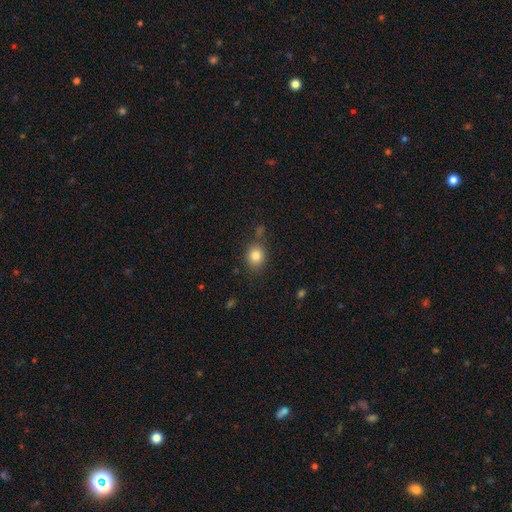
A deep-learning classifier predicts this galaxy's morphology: Overall: smooth (83%). How rounded: round (67%; in between 32%). Merging: none (78%).